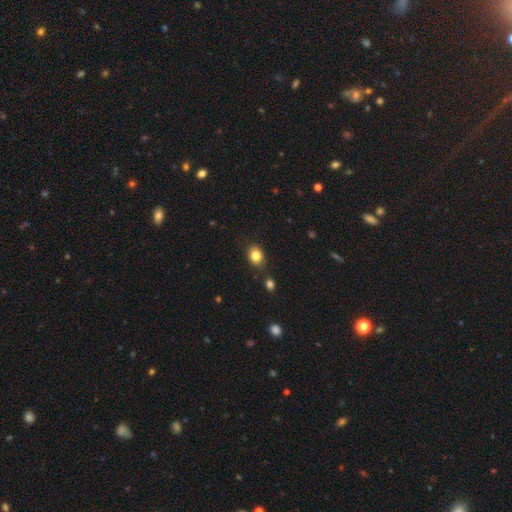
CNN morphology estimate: smooth_or_featured: smooth (p=0.83) [alt: star or artifact p=0.10]
how_rounded: in between (p=0.52) [alt: round p=0.47]
merging: none (p=0.79) [alt: minor disturbance p=0.13]